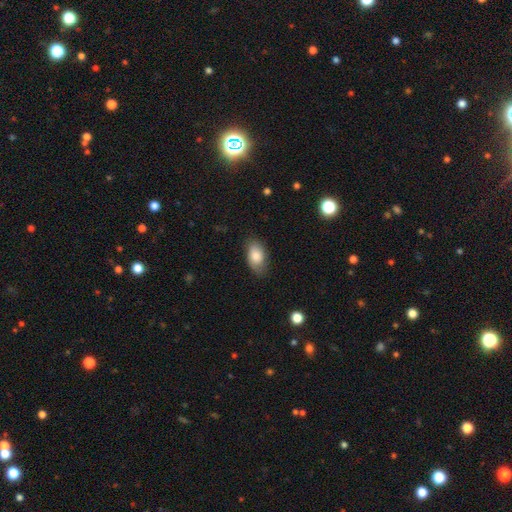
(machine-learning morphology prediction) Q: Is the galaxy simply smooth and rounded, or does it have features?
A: smooth — 83%.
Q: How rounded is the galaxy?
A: in between — 92%.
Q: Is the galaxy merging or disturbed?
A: none — 75%.